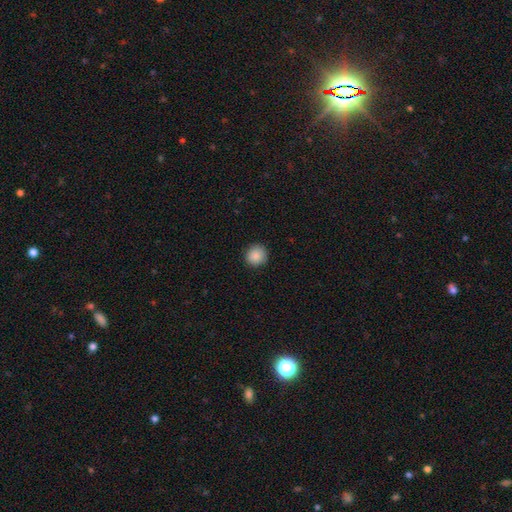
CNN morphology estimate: type=smooth (88%); roundness=round (93%); merging=none (90%).